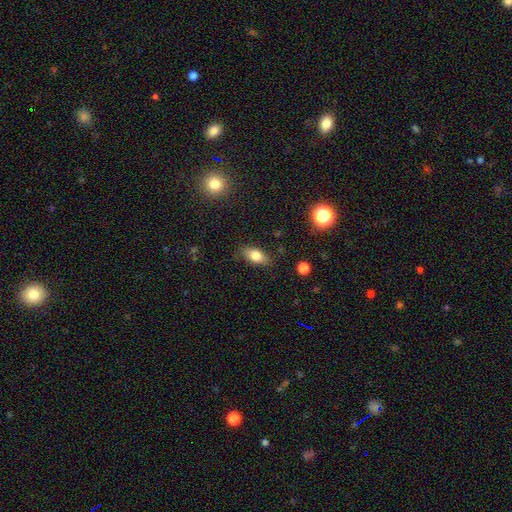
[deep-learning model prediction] smooth-or-featured: smooth: 78% | featured or disk: 13% | star or artifact: 9%
  how-rounded: in between: 85% | round: 7% | cigar-shaped: 7%
  merging: none: 80% | minor disturbance: 15% | major disturbance: 3% | merger: 1%